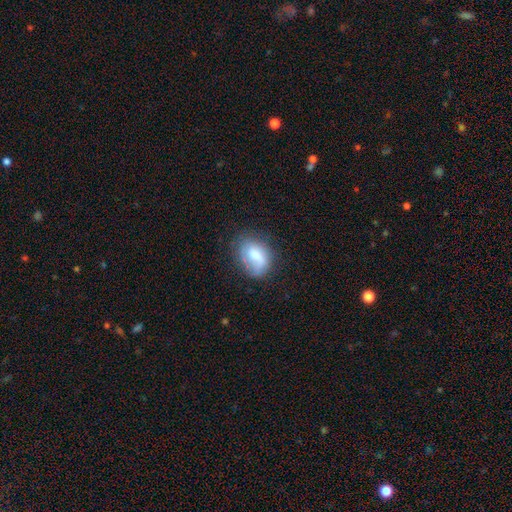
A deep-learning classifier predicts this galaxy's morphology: type=smooth (66%); roundness=in between (73%); merging=none (57%).